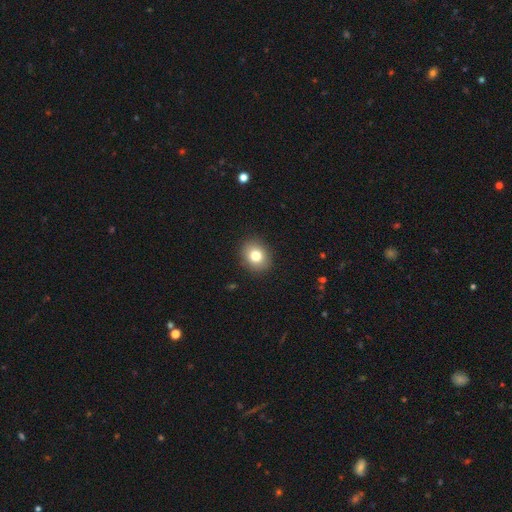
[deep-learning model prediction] Overall: smooth (80%). How rounded: round (64%; in between 35%). Merging: none (90%).